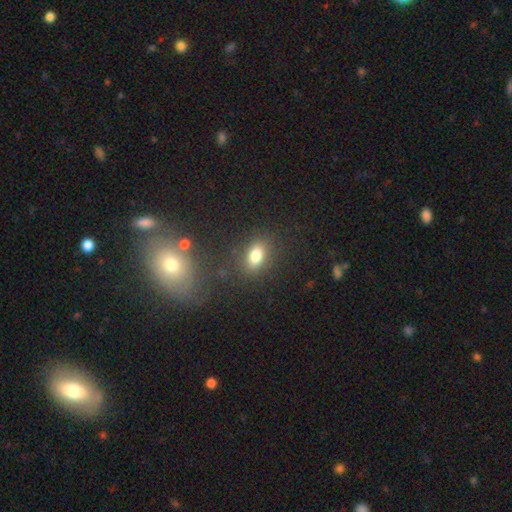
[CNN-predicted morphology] Overall: smooth (80%). How rounded: in between (79%). Merging: none (83%).